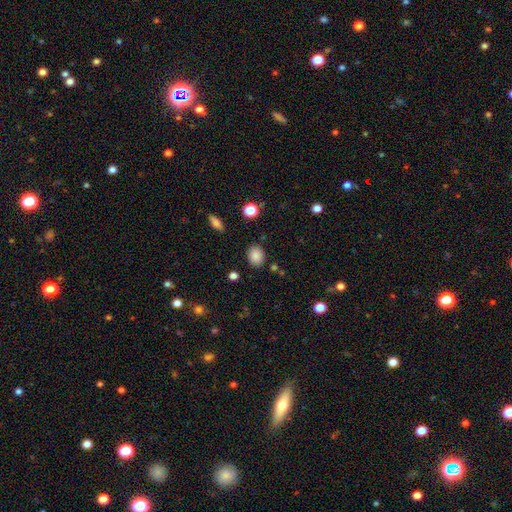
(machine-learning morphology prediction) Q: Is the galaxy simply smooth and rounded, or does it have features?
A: smooth — 86%.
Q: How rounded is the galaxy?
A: in between — 60%.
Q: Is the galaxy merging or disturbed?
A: none — 84%.